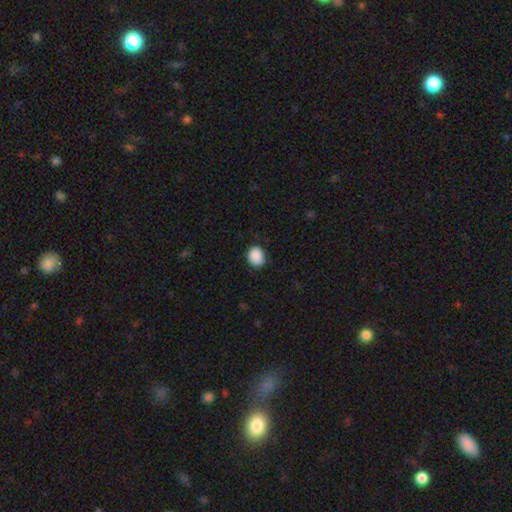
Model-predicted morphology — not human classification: type=smooth (90%); roundness=round (55%); merging=none (84%).